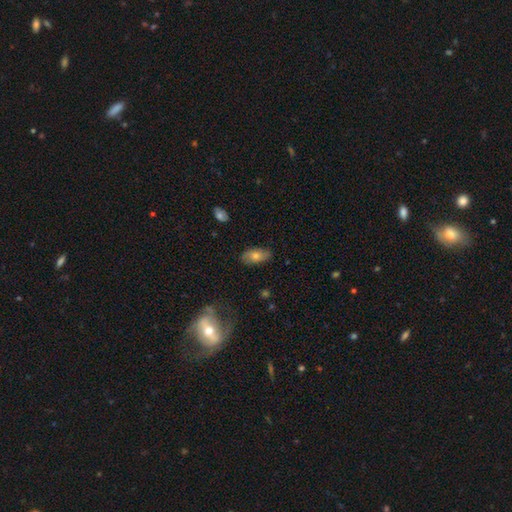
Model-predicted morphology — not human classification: Smooth or featured? Predicted: smooth (p=0.62). How rounded? Predicted: in between (p=0.89). Merging? Predicted: none (p=0.78).